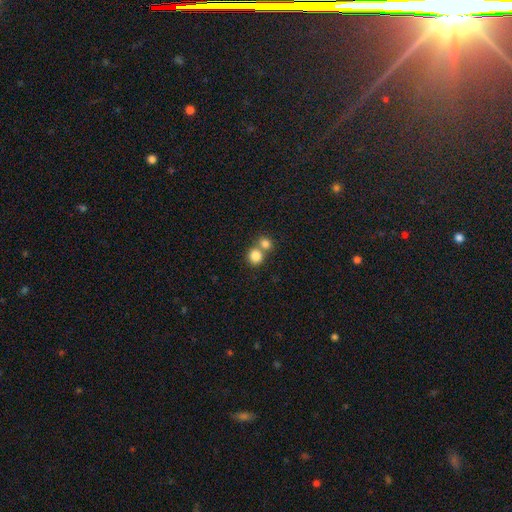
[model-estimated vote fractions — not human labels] This is clearly a smooth galaxy (83%). How rounded: clearly round (85%). Merging: possibly merger (47%).